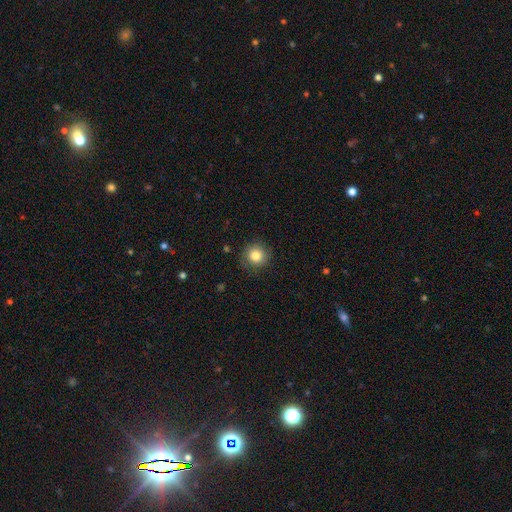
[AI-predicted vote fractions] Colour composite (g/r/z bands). It shows a smooth galaxy with no disk features (82%) that is round (92%). Merging: none (84%).